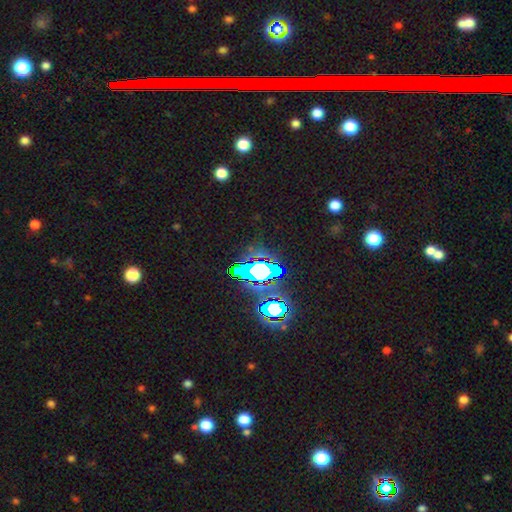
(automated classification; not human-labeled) star or artifact 80%, smooth 11%, featured or disk 8%.